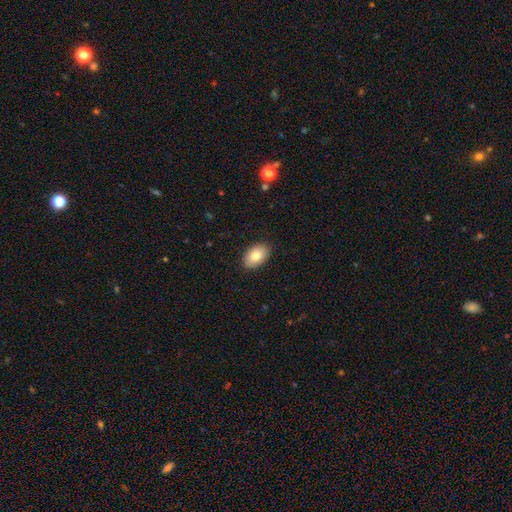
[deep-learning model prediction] This appears to be a smooth galaxy with no disk features (81%) that is in between round and cigar-shaped (91%). Merging: none (88%).